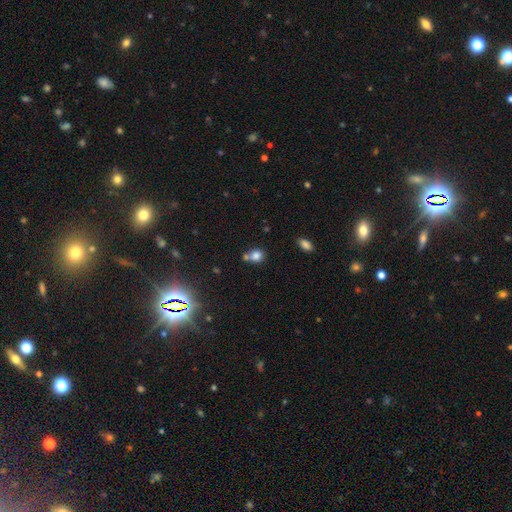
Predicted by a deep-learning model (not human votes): The model was most divided on "merging": none: 48%, merger: 35%, minor disturbance: 13%, major disturbance: 4%. More confident: smooth or featured — smooth (79%); how rounded — round (70%).